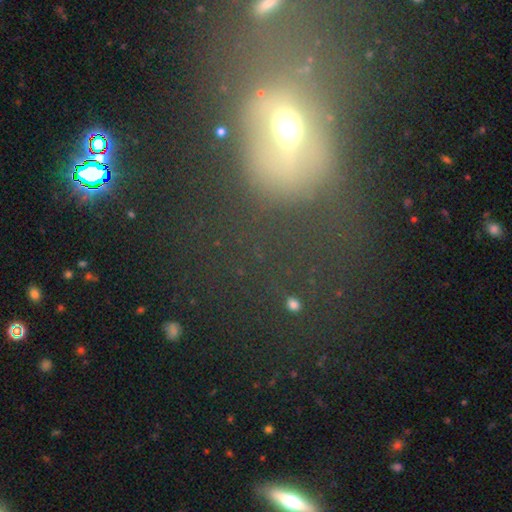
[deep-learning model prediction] A smooth galaxy with no disk features (44%).

Vote fractions:
- Smooth or featured? smooth: 44% / star or artifact: 32% / featured or disk: 24%
- Merging? none: 44% / major disturbance: 28% / minor disturbance: 17% / merger: 10%